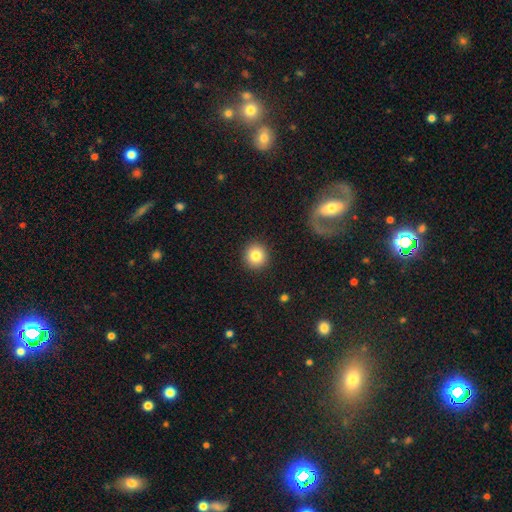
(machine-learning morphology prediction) A smooth galaxy with no disk features (83%) that is round (92%). Merging: none (92%).